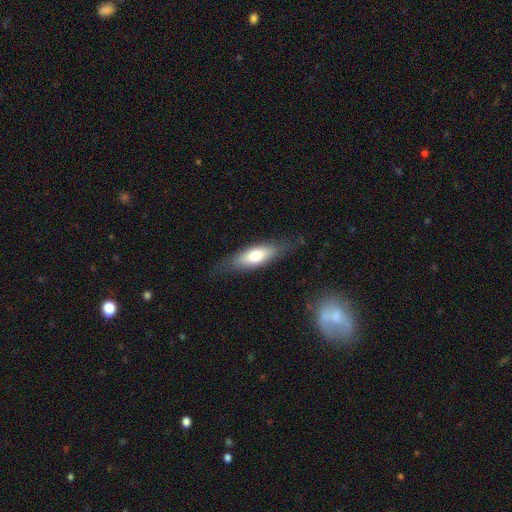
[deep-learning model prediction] The model was most divided on "how rounded": in between: 64%, cigar-shaped: 34%, round: 3%. More confident: merging — none (76%); smooth or featured — smooth (67%).